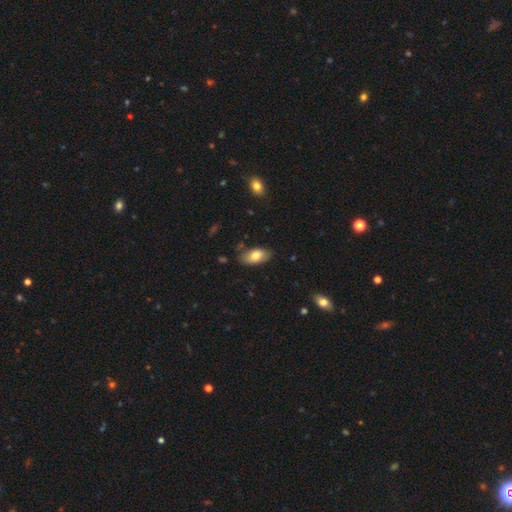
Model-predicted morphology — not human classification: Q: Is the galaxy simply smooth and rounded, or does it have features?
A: smooth — 77%.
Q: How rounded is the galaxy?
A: in between — 93%.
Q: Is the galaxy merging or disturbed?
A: none — 79%.